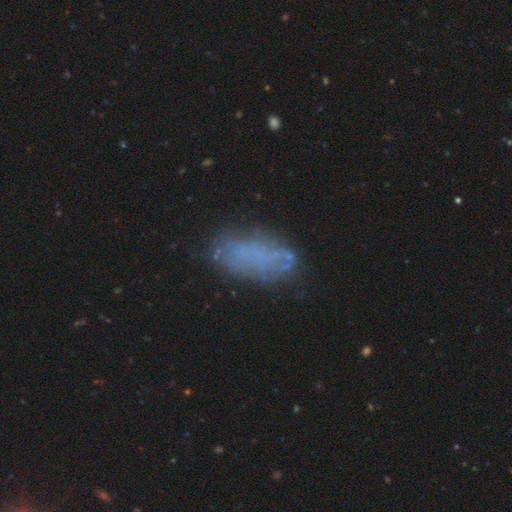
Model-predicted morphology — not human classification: A smooth galaxy with no disk features (54%) that is in between round and cigar-shaped (88%).

Vote fractions:
- Smooth or featured? smooth: 54% / featured or disk: 32% / star or artifact: 14%
- How rounded? in between: 88% / cigar-shaped: 8% / round: 4%
- Merging? none: 65% / minor disturbance: 21% / major disturbance: 11% / merger: 4%